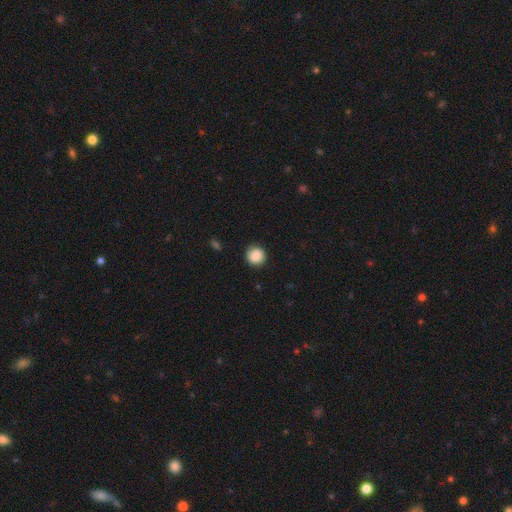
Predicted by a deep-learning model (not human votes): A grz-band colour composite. It shows a smooth galaxy with no disk features (87%) that is round (94%). Merging: none (87%).